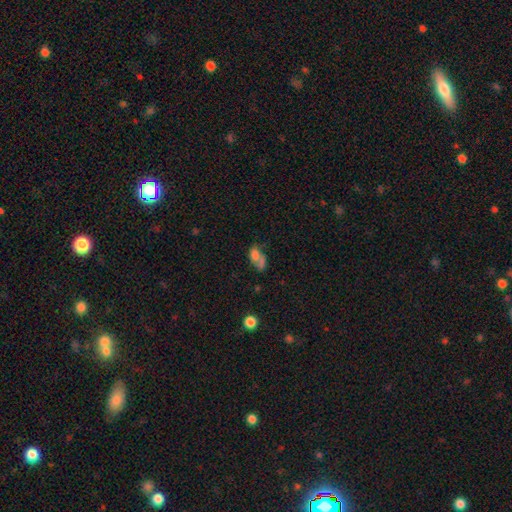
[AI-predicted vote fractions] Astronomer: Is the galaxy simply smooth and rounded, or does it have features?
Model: smooth — 63%.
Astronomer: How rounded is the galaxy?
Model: in between — 79%.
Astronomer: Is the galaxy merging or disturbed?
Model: merger — 47% (runner-up: none, 23%).